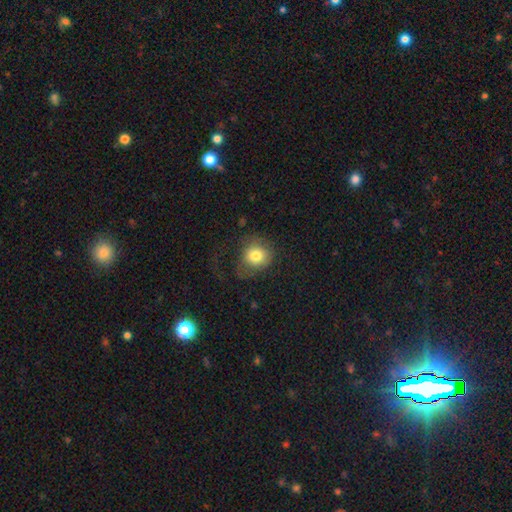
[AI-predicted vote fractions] This appears to be a smooth galaxy with no disk features (77%) that is round (78%). Merging: none (49%).